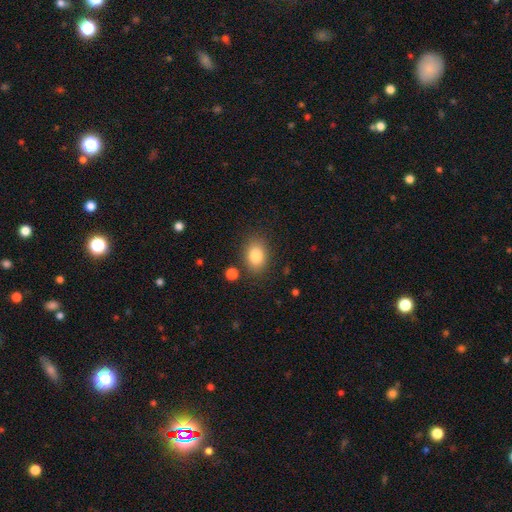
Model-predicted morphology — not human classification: Q: Smooth or featured?
A: smooth (84%); runner-up: star or artifact (9%)
Q: How rounded?
A: in between (74%); runner-up: round (25%)
Q: Merging?
A: none (83%); runner-up: minor disturbance (11%)